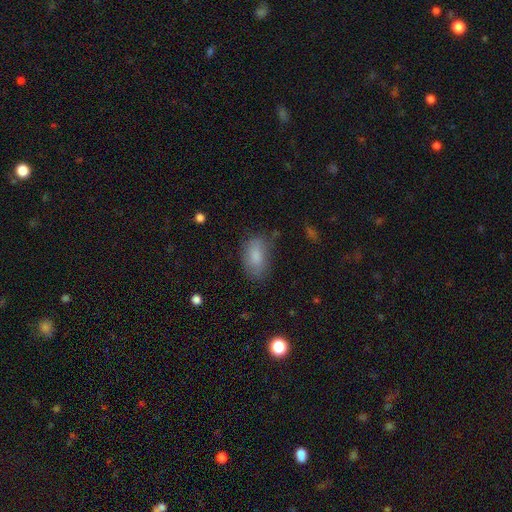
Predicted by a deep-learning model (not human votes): The model was most divided on "merging": none: 67%, minor disturbance: 23%, major disturbance: 8%, merger: 2%. More confident: how rounded — in between (92%); smooth or featured — smooth (83%).